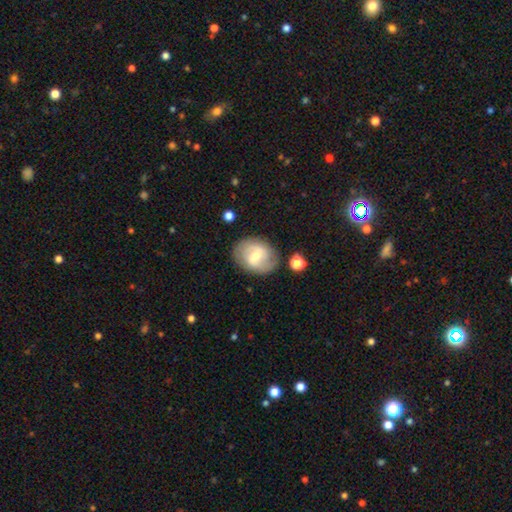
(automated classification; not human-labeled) Smooth or featured? Predicted: featured or disk (p=0.63). Edge-on disk? Predicted: no (p=0.96). Bar? Predicted: weak (p=0.55). Spiral arms? Predicted: yes (p=0.76). Bulge size? Predicted: moderate (p=0.56). Merging? Predicted: none (p=0.77).